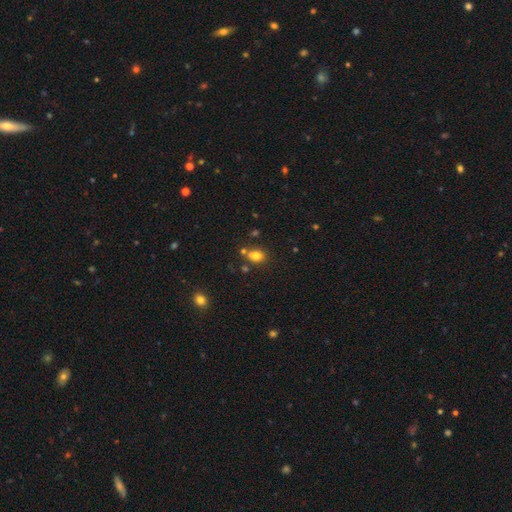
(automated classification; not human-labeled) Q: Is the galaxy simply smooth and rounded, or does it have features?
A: smooth — 79%.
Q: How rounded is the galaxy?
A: in between — 58%.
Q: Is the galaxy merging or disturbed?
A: none — 65%.